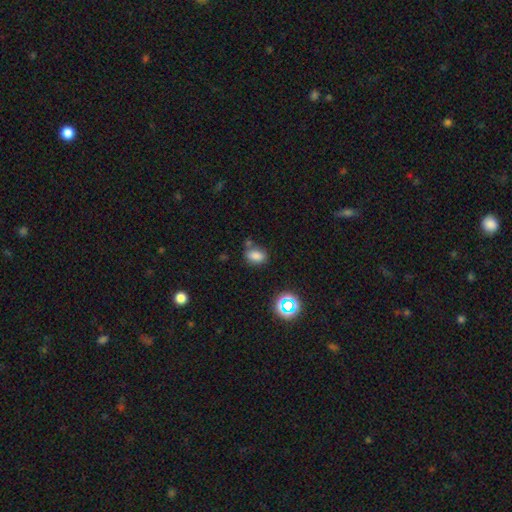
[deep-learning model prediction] A smooth galaxy with no disk features (77%) that is in between round and cigar-shaped (77%).

Vote fractions:
- Smooth or featured? smooth: 77% / star or artifact: 16% / featured or disk: 7%
- How rounded? in between: 77% / round: 21% / cigar-shaped: 2%
- Merging? none: 66% / minor disturbance: 17% / merger: 13% / major disturbance: 5%